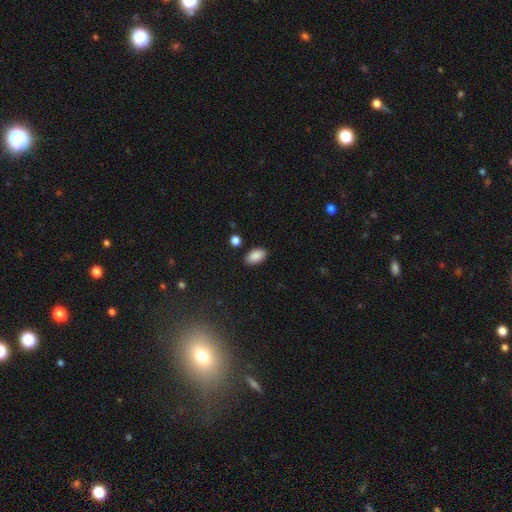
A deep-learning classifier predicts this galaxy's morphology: Overall: smooth (89%). How rounded: in between (94%). Merging: none (86%).